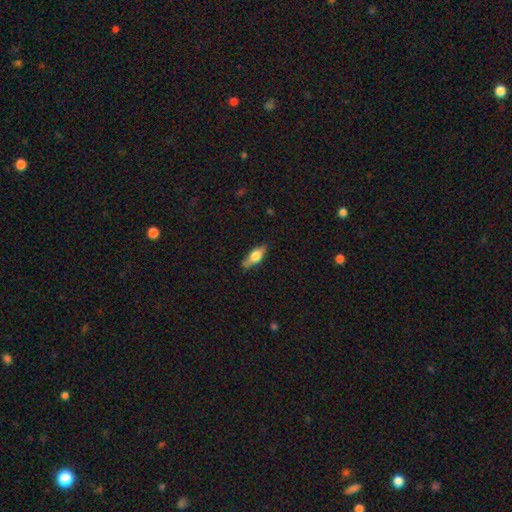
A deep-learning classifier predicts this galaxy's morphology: Smooth or featured? Predicted: smooth (p=0.59). How rounded? Predicted: in between (p=0.68). Merging? Predicted: none (p=0.78).